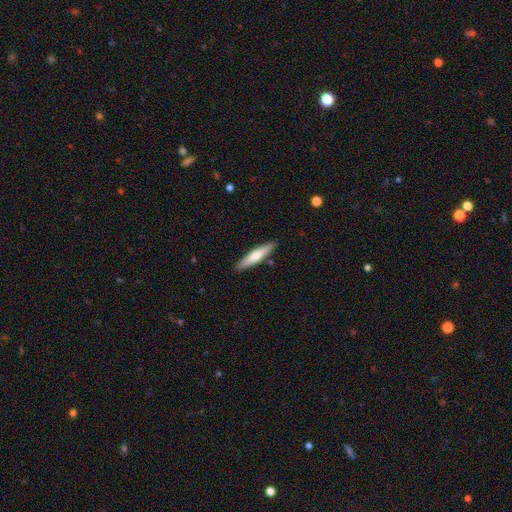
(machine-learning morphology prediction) smooth 61%, featured or disk 34%, star or artifact 5%. Down the decision tree: how rounded — cigar-shaped (86%); merging — none (88%).